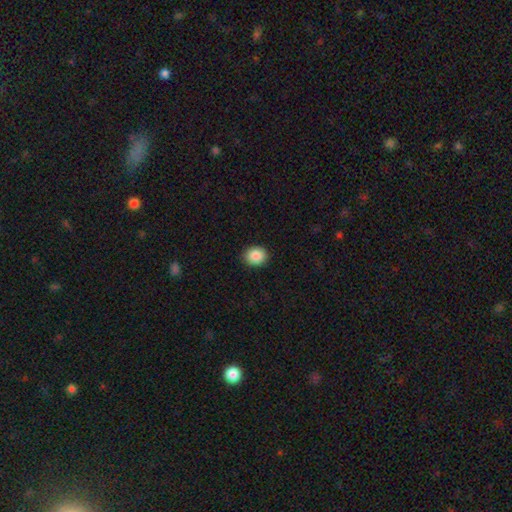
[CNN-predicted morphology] Smooth or featured? smooth (88%)
How rounded? round (64%)
Merging? none (89%)